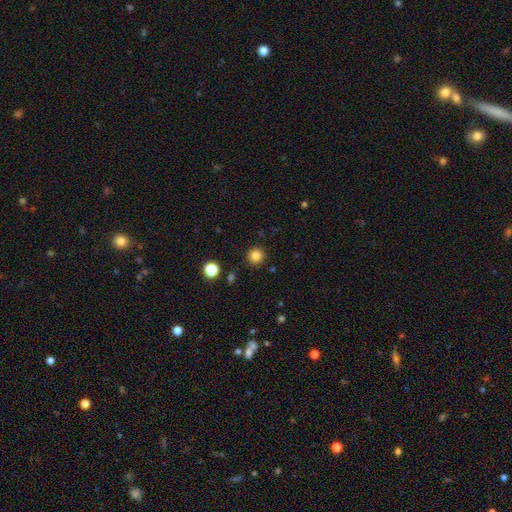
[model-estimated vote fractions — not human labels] Smooth or featured? smooth (84%)
How rounded? round (94%)
Merging? none (91%)